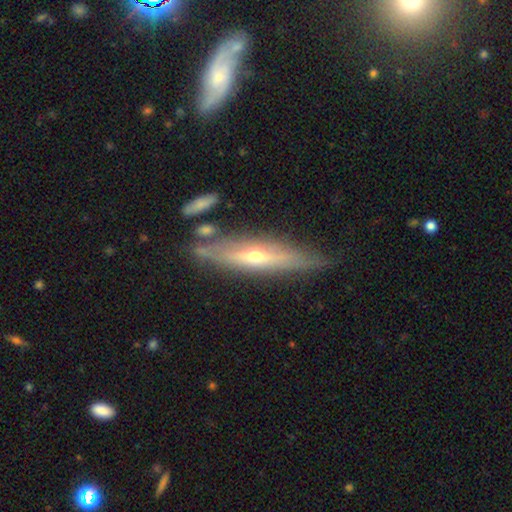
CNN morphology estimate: This appears to be a featured or disk galaxy (71%) viewed edge-on (85%) with a rounded central bulge (82%). Merging: none (75%).